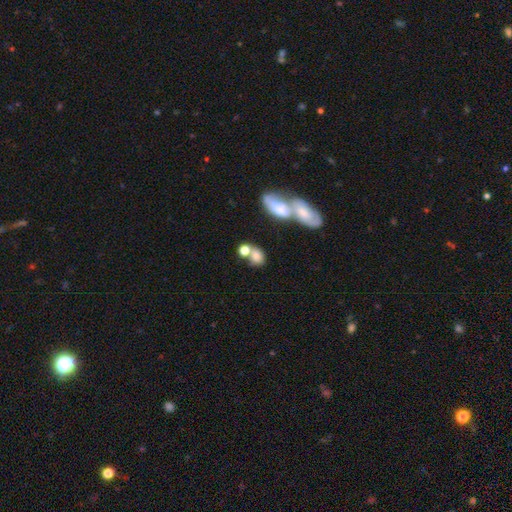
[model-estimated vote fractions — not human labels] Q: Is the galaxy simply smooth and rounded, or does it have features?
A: smooth — 72%.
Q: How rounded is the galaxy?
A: in between — 59%.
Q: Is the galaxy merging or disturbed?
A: merger — 53%.